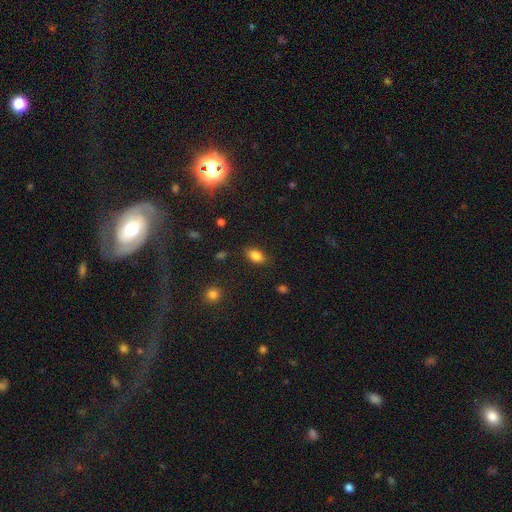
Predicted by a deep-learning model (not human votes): smooth-or-featured: smooth: 84% | star or artifact: 9% | featured or disk: 6%
  how-rounded: in between: 88% | round: 9% | cigar-shaped: 3%
  merging: none: 84% | minor disturbance: 11% | major disturbance: 3% | merger: 1%